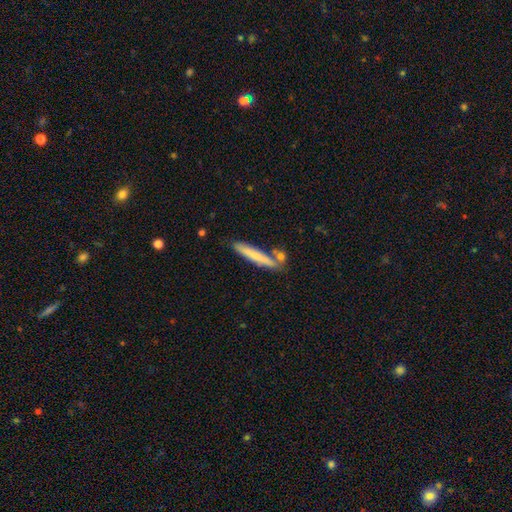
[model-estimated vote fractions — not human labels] smooth-or-featured: smooth: 66% | featured or disk: 28% | star or artifact: 6%
  how-rounded: cigar-shaped: 93% | in between: 6% | round: 1%
  merging: none: 75% | minor disturbance: 13% | merger: 10% | major disturbance: 3%